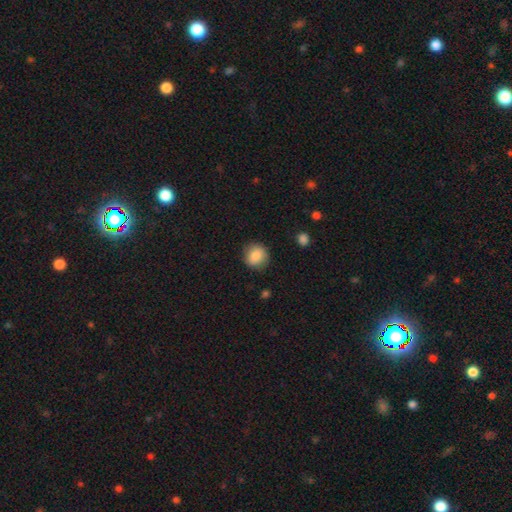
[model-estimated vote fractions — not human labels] A smooth galaxy with no disk features (87%) that is round (83%). Merging: none (85%).